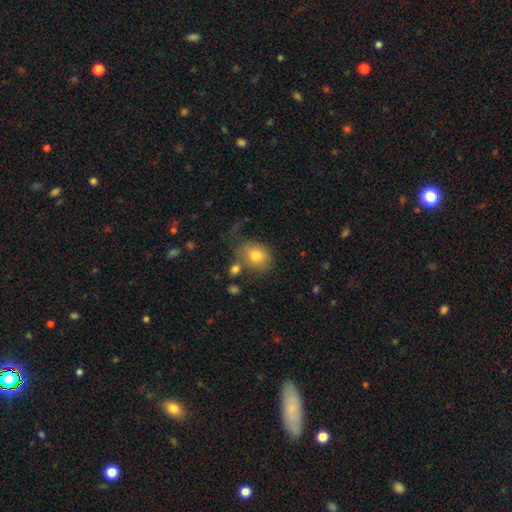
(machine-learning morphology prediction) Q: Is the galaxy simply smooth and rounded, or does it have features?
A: smooth — 79%.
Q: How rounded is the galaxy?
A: round — 61%.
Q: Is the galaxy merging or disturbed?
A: none — 59%.